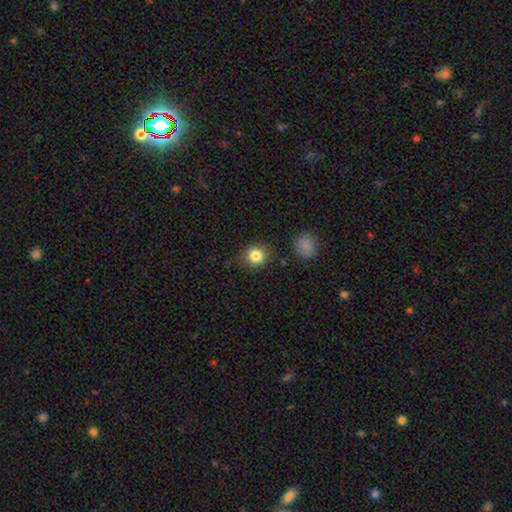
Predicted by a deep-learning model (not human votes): A smooth galaxy with no disk features (83%) that is round (85%).

Vote fractions:
- Smooth or featured? smooth: 83% / star or artifact: 11% / featured or disk: 5%
- How rounded? round: 85% / in between: 14% / cigar-shaped: 1%
- Merging? none: 83% / minor disturbance: 11% / major disturbance: 3% / merger: 3%